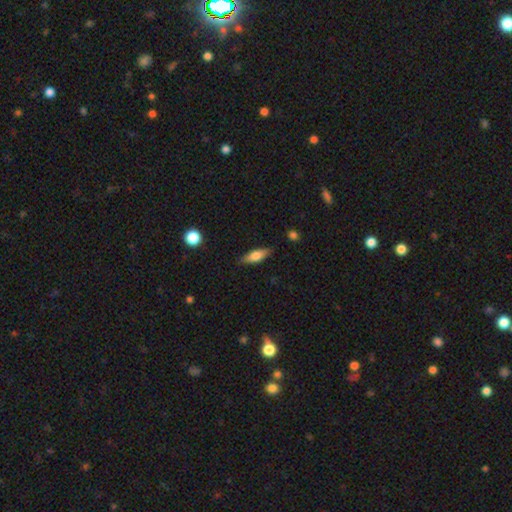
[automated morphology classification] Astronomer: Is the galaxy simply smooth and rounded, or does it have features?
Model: smooth — 68%.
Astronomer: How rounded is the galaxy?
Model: in between — 54% (runner-up: cigar-shaped, 43%).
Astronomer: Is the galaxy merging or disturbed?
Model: none — 85%.